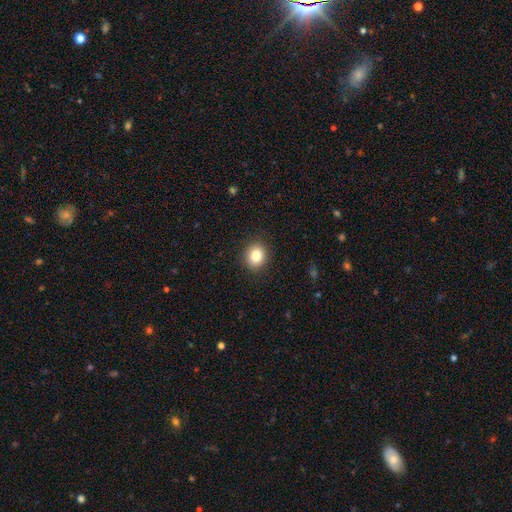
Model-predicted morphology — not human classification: Overall: smooth (83%). How rounded: round (70%). Merging: none (90%).